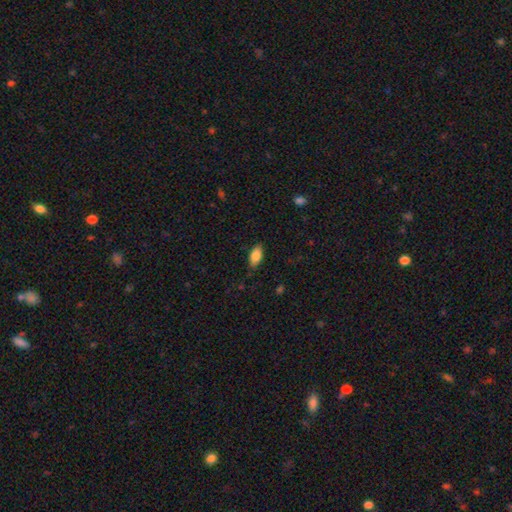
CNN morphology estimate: Smooth or featured?
  - smooth: 83% *
  - featured or disk: 10%
  - star or artifact: 7%
How rounded?
  - in between: 88% *
  - cigar-shaped: 9%
  - round: 3%
Merging?
  - none: 84% *
  - minor disturbance: 12%
  - major disturbance: 3%
  - merger: 1%